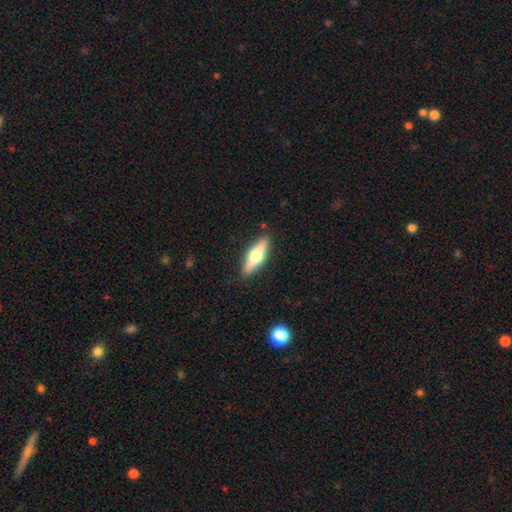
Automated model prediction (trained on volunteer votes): smooth_or_featured: smooth (p=0.48) [alt: featured or disk p=0.46]
merging: none (p=0.87) [alt: minor disturbance p=0.09]